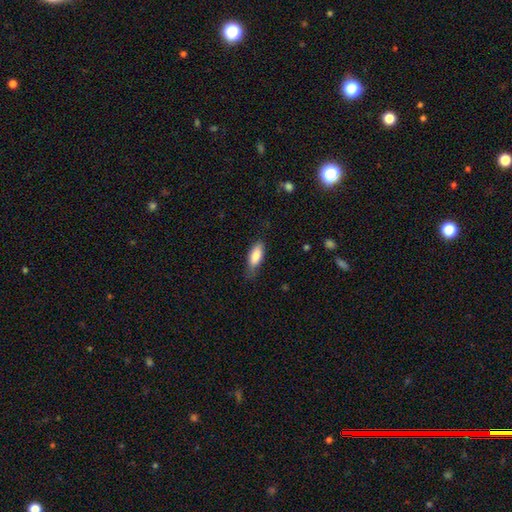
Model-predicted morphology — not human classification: Overall: smooth (82%). How rounded: in between (75%). Merging: none (65%; minor disturbance 28%).